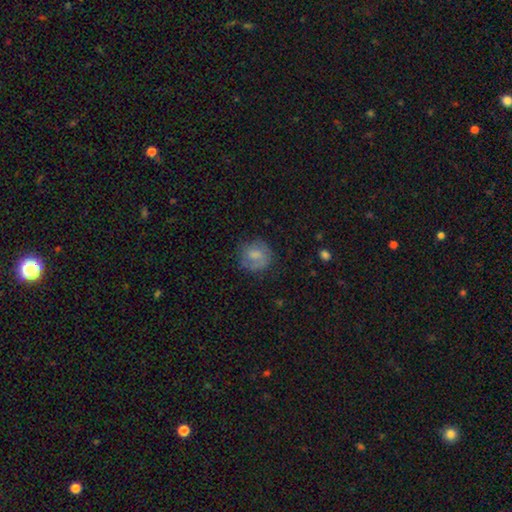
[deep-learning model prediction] The model was most divided on "smooth or featured": smooth: 61%, featured or disk: 30%, star or artifact: 8%. More confident: how rounded — round (81%); merging — none (68%).